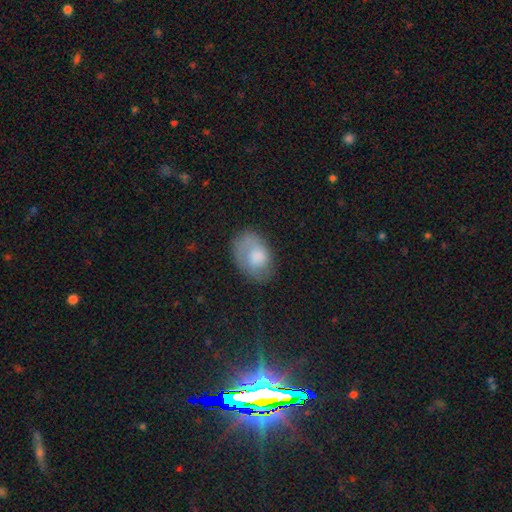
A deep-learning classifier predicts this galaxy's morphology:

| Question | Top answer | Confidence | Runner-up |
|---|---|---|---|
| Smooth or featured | smooth | 70% | featured or disk (22%) |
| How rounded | in between | 82% | round (16%) |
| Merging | none | 56% | minor disturbance (27%) |